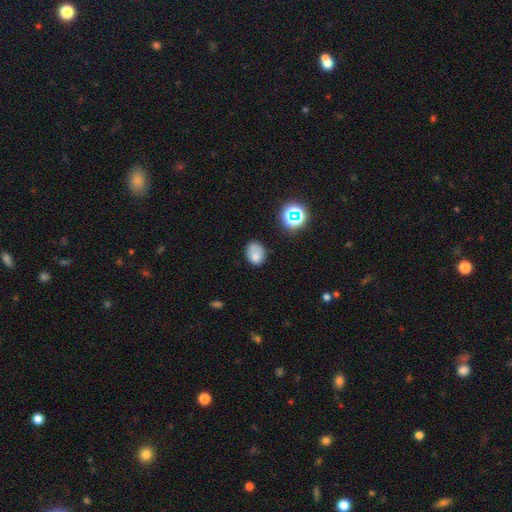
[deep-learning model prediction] A smooth galaxy with no disk features (74%) that is in between round and cigar-shaped (64%). Merging: none (60%).